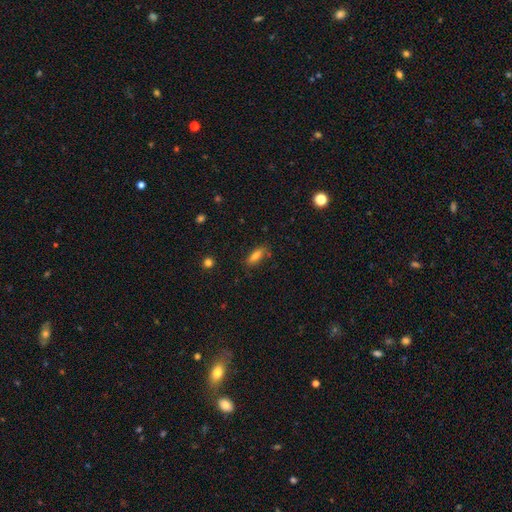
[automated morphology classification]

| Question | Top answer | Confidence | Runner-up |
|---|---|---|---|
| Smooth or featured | smooth | 73% | featured or disk (18%) |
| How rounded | in between | 63% | cigar-shaped (34%) |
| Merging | none | 79% | minor disturbance (15%) |